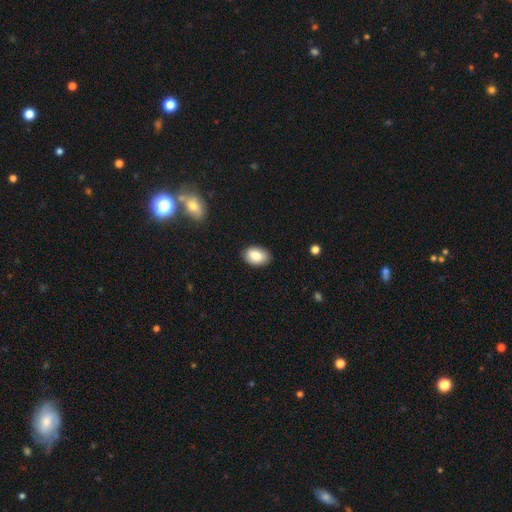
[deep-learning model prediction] Smooth or featured? Predicted: smooth (p=0.83). How rounded? Predicted: in between (p=0.85). Merging? Predicted: none (p=0.86).